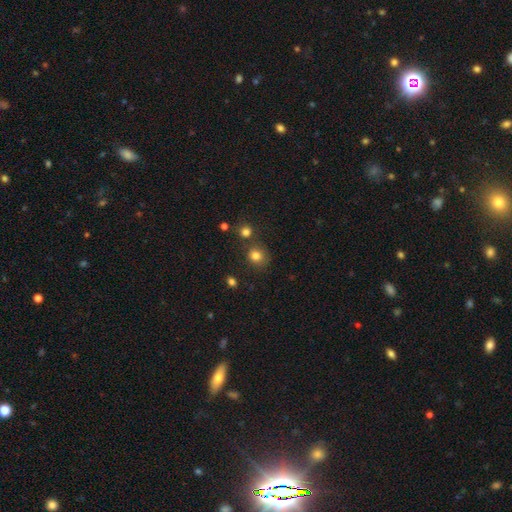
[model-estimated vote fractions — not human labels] Morphology: type=smooth (80%); roundness=round (82%); merging=none (74%).